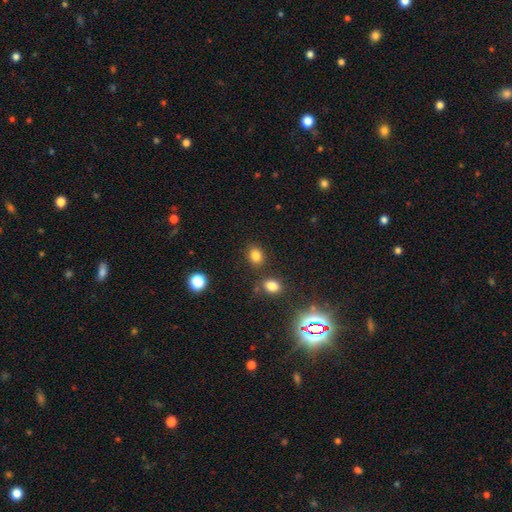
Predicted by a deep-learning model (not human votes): Q: Smooth or featured?
A: smooth (82%); runner-up: star or artifact (13%)
Q: How rounded?
A: in between (51%); runner-up: round (48%)
Q: Merging?
A: none (79%); runner-up: minor disturbance (10%)